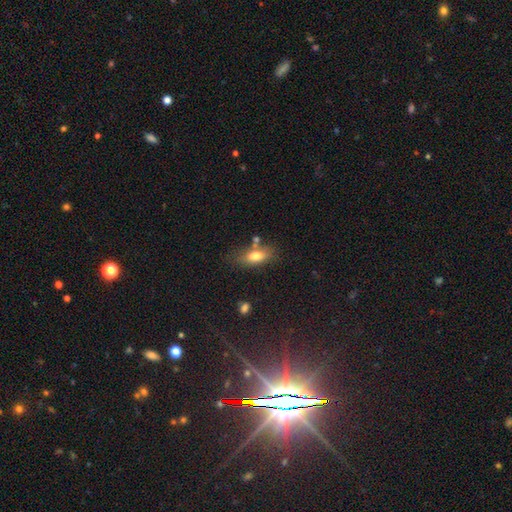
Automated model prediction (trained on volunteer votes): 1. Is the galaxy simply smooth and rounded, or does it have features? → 75% smooth, 16% featured or disk, 9% star or artifact.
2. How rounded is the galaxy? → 79% in between, 16% cigar-shaped, 5% round.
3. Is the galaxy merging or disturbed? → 65% none, 18% minor disturbance, 12% merger, 5% major disturbance.